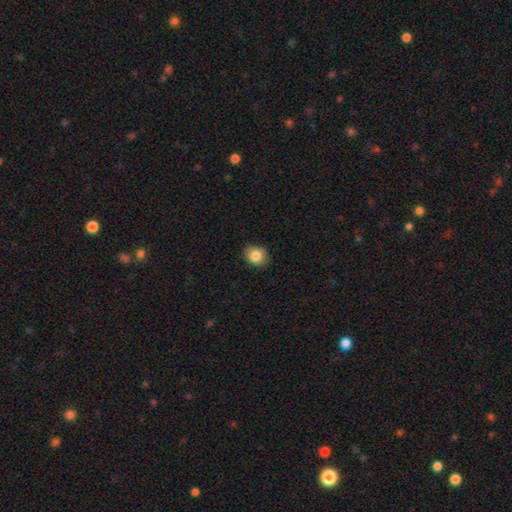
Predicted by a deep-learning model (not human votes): A smooth galaxy with no disk features (84%) that is round (52%). Merging: none (84%).